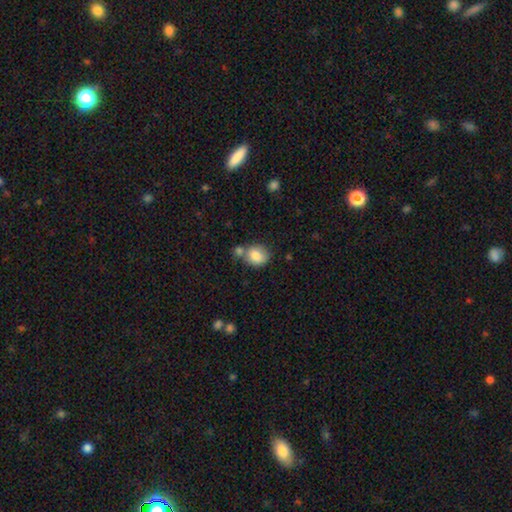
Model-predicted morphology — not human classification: A smooth galaxy with no disk features (83%) that is round (53%). Merging: none (48%).